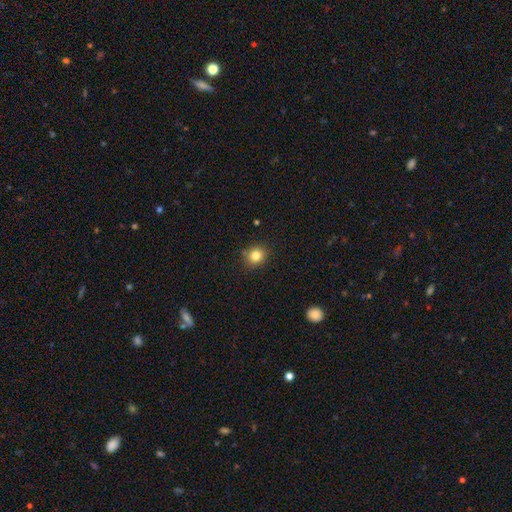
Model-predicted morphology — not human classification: smooth 82%, star or artifact 12%, featured or disk 6%. Down the decision tree: how rounded — round (83%); merging — none (85%).